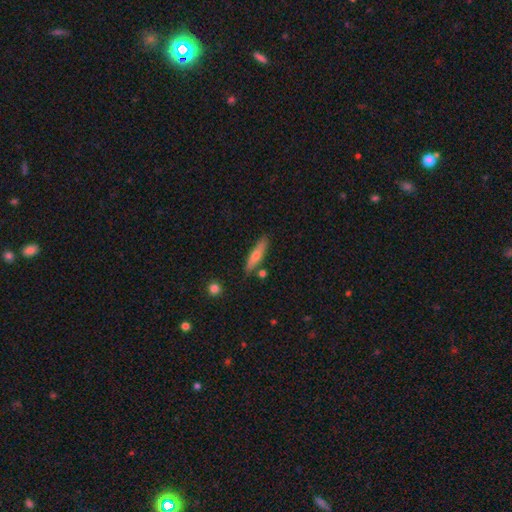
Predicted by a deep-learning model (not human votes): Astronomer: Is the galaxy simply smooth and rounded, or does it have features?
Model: smooth — 52% (runner-up: featured or disk, 41%).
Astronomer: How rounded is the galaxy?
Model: cigar-shaped — 81%.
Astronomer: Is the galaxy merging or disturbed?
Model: none — 83%.